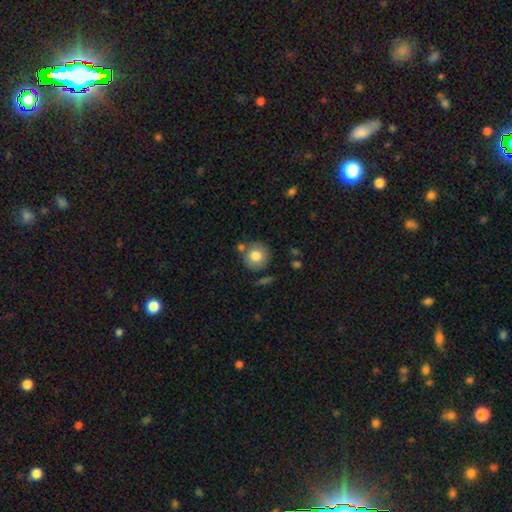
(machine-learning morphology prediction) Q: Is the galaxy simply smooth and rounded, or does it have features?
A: smooth — 80%.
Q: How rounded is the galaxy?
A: round — 92%.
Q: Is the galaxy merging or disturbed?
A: none — 75%.